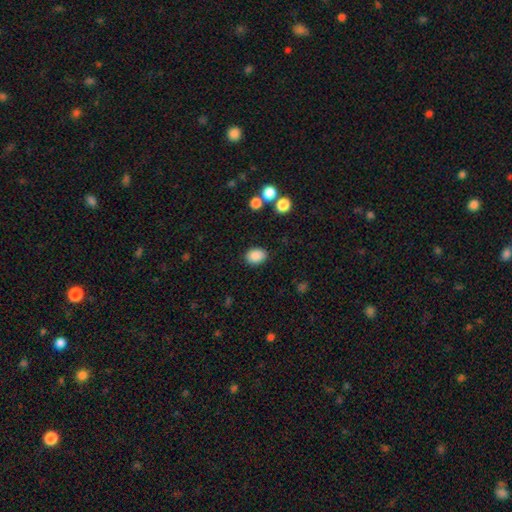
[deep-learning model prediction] Smooth or featured: smooth — 87% (star or artifact — 9%)
How rounded: in between — 72% (round — 27%)
Merging: none — 86% (minor disturbance — 9%)